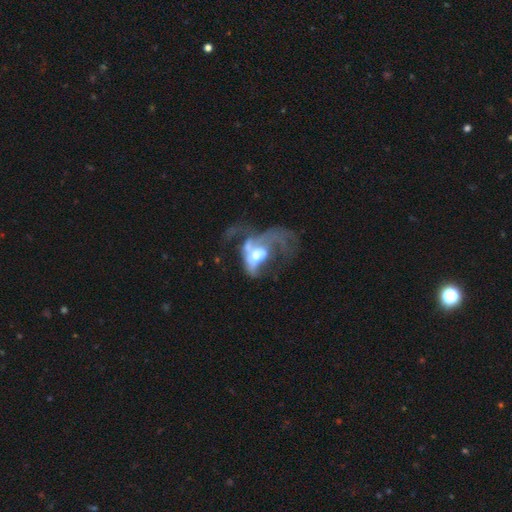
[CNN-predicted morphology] The model was most divided on "spiral arms": no: 58%, yes: 42%. More confident: edge-on disk — no (94%); bar — no (72%); smooth or featured — featured or disk (64%); merging — major disturbance (60%); bulge size — moderate (56%).